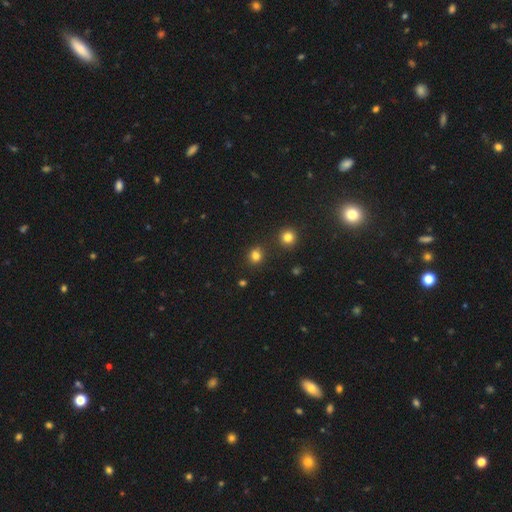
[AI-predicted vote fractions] A smooth galaxy with no disk features (78%) that is round (83%). Merging: none (81%).